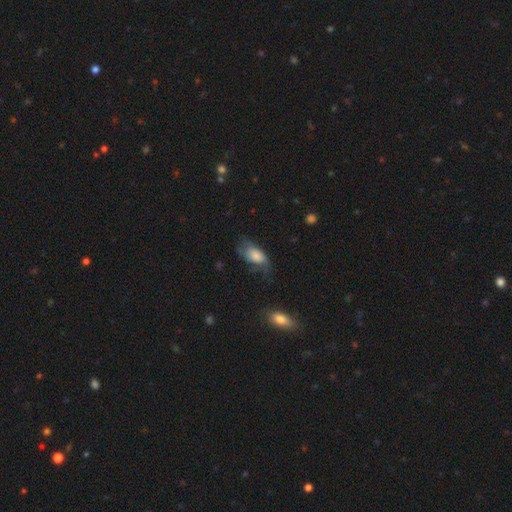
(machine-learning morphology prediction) This appears to be a smooth galaxy with no disk features (69%) that is in between round and cigar-shaped (91%). Merging: none (38%).